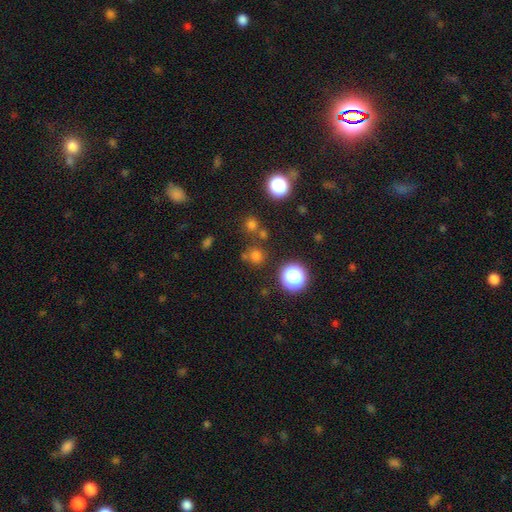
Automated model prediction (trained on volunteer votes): A smooth galaxy with no disk features (68%) that is round (90%).

Vote fractions:
- Smooth or featured? smooth: 68% / star or artifact: 25% / featured or disk: 7%
- How rounded? round: 90% / in between: 9% / cigar-shaped: 1%
- Merging? none: 73% / merger: 13% / minor disturbance: 10% / major disturbance: 4%